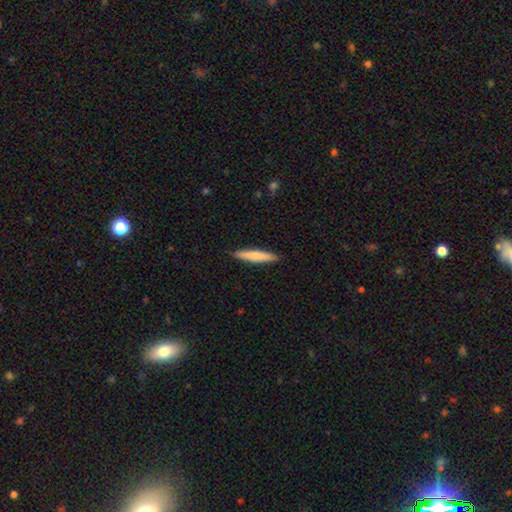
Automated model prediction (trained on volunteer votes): smooth-or-featured: smooth: 71% | featured or disk: 24% | star or artifact: 5%
  how-rounded: cigar-shaped: 91% | in between: 8% | round: 1%
  merging: none: 90% | minor disturbance: 7% | major disturbance: 1% | merger: 1%